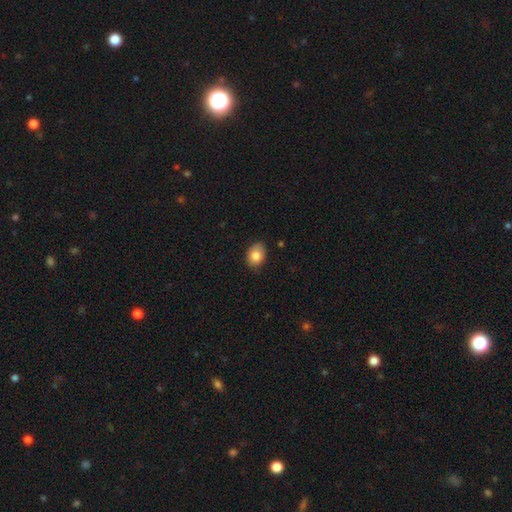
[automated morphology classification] This appears to be a smooth galaxy with no disk features (83%) that is in between round and cigar-shaped (73%). Merging: none (77%).